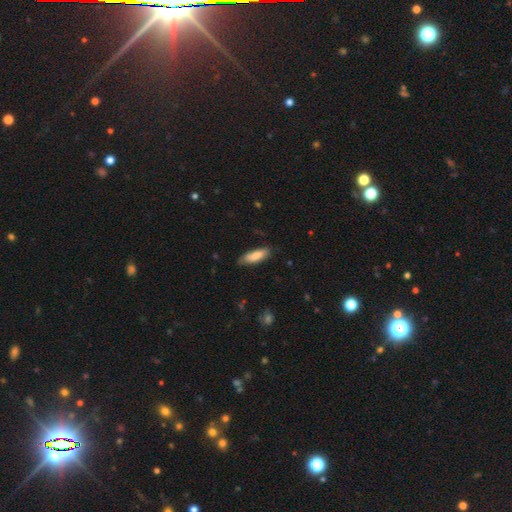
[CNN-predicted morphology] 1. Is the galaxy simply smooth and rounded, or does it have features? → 81% smooth, 14% featured or disk, 6% star or artifact.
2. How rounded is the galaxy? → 55% in between, 44% cigar-shaped, 1% round.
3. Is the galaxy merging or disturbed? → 77% none, 18% minor disturbance, 3% major disturbance, 1% merger.